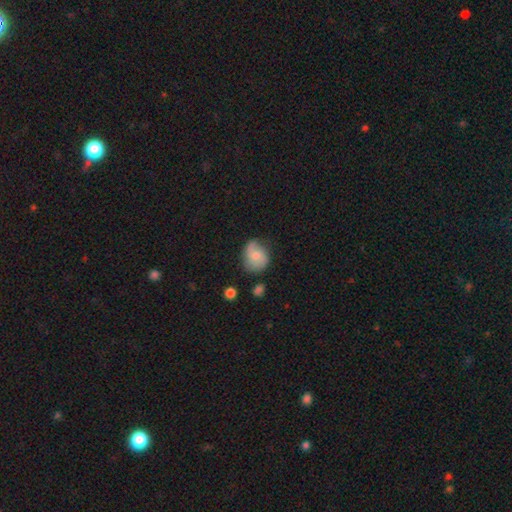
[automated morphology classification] A smooth galaxy with no disk features (61%) that is round (59%). Merging: none (53%).